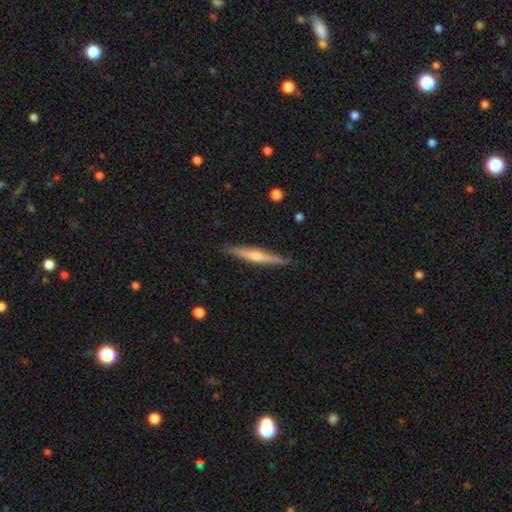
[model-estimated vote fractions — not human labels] featured or disk 61%, smooth 33%, star or artifact 6%. Down the decision tree: edge-on disk — yes (97%); edge-on bulge — rounded (75%); merging — none (88%).